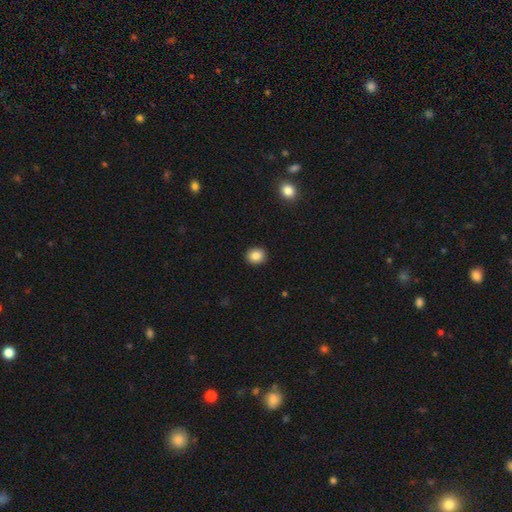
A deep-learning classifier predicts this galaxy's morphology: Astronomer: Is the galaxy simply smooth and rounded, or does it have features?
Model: smooth — 86%.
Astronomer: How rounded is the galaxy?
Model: round — 78%.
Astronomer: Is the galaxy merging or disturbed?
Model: none — 92%.